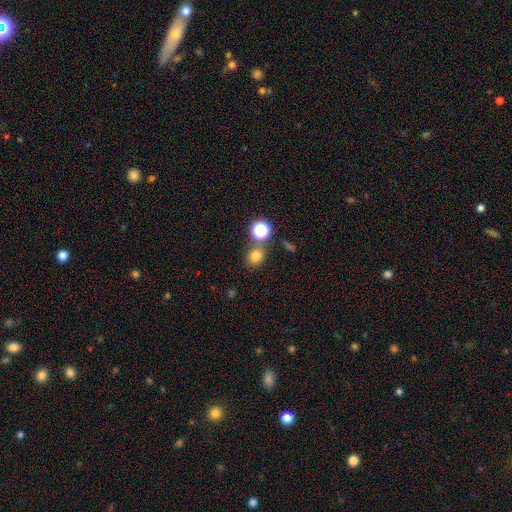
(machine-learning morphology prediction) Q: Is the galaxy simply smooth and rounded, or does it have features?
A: smooth — 75%.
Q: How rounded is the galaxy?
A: round — 72%.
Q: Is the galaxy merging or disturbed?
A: none — 70%.